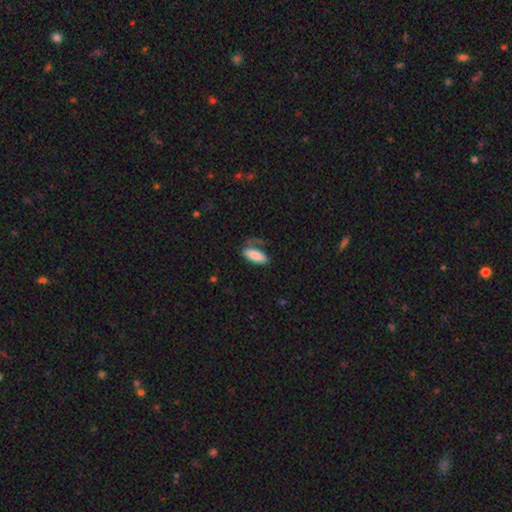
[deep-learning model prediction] A smooth galaxy with no disk features (85%) that is in between round and cigar-shaped (79%).

Vote fractions:
- Smooth or featured? smooth: 85% / featured or disk: 8% / star or artifact: 7%
- How rounded? in between: 79% / cigar-shaped: 19% / round: 2%
- Merging? none: 55% / minor disturbance: 25% / major disturbance: 15% / merger: 5%